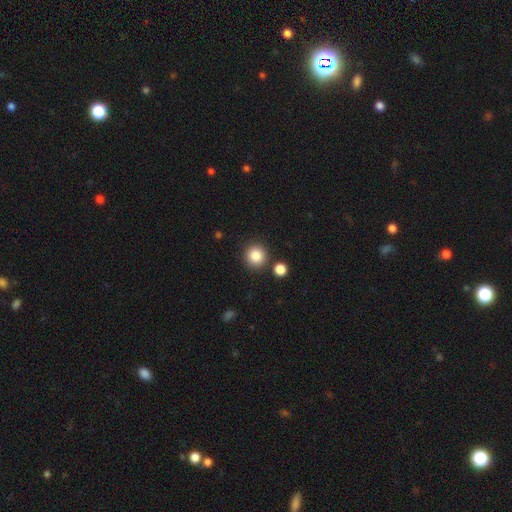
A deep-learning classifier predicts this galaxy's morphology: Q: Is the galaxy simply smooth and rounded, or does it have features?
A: smooth — 86%.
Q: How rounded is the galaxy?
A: round — 92%.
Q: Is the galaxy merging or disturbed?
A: none — 84%.